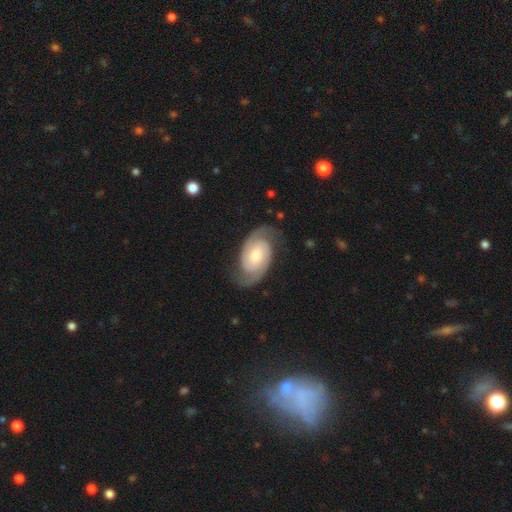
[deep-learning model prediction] This is clearly a featured or disk galaxy (88%). It is clearly not viewed edge-on (97%). Bar: likely no (64%). Spiral arm pattern: clearly yes (98%). Spiral arm count: clearly 2 (93%). Spiral winding: possibly tight (46%). Central bulge: possibly moderate (52%). Merging: likely none (79%).